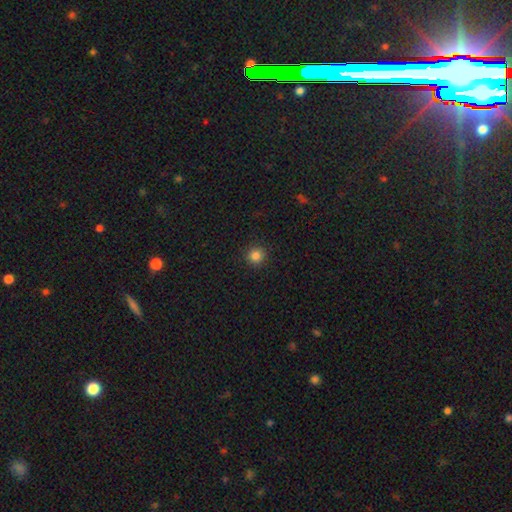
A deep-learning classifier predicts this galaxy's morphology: The model was most divided on "smooth or featured": smooth: 84%, star or artifact: 12%, featured or disk: 4%. More confident: how rounded — round (93%); merging — none (92%).